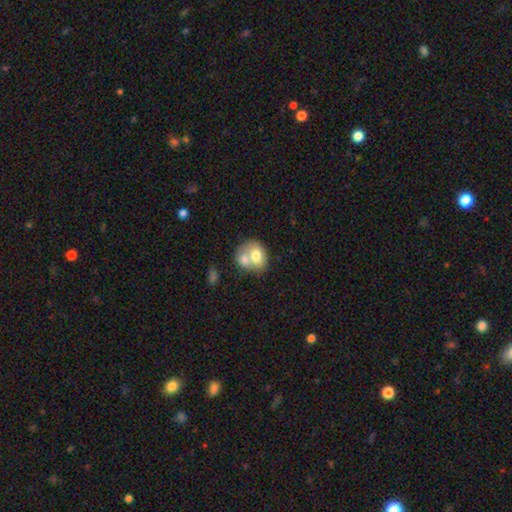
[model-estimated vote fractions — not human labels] A smooth galaxy with no disk features (68%) that is in between round and cigar-shaped (50%). Merging: merger (63%).